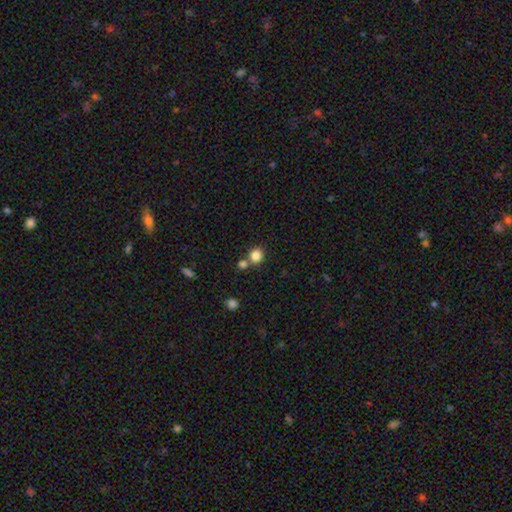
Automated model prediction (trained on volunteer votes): Smooth or featured?
  - smooth: 84% *
  - star or artifact: 11%
  - featured or disk: 5%
How rounded?
  - round: 81% *
  - in between: 18%
  - cigar-shaped: 1%
Merging?
  - none: 65% *
  - merger: 24%
  - minor disturbance: 8%
  - major disturbance: 3%